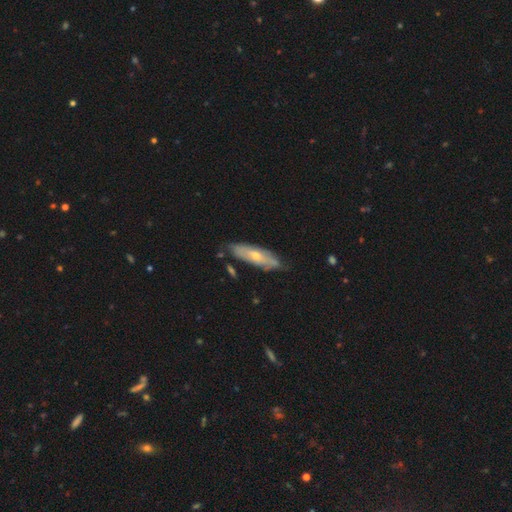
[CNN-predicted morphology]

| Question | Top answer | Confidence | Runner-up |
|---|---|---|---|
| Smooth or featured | featured or disk | 57% | smooth (37%) |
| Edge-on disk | no | 63% | yes (37%) |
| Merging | none | 73% | minor disturbance (20%) |